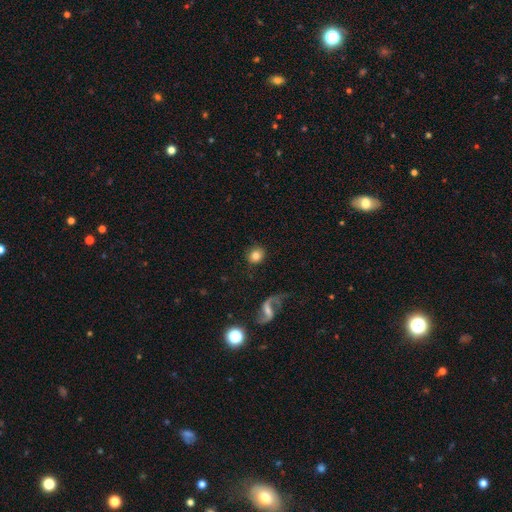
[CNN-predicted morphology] A smooth galaxy with no disk features (74%) that is round (86%).

Vote fractions:
- Smooth or featured? smooth: 74% / featured or disk: 17% / star or artifact: 9%
- How rounded? round: 86% / in between: 13% / cigar-shaped: 1%
- Merging? none: 85% / minor disturbance: 8% / major disturbance: 4% / merger: 3%